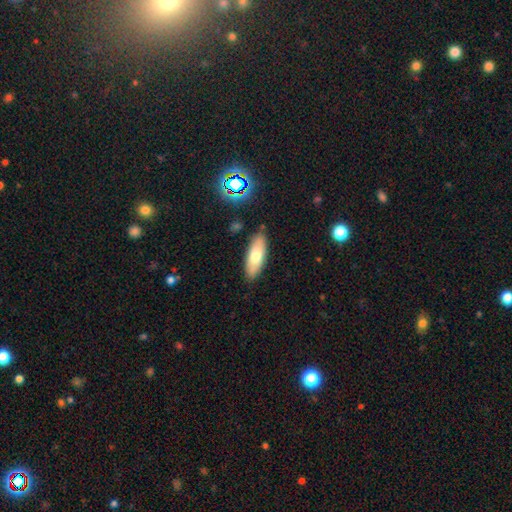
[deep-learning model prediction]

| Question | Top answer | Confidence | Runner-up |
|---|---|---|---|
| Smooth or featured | smooth | 69% | featured or disk (24%) |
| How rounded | in between | 72% | cigar-shaped (26%) |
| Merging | none | 84% | minor disturbance (11%) |